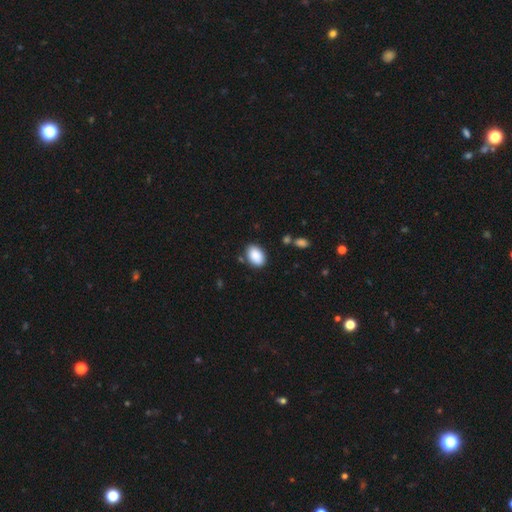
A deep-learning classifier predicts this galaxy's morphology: Overall: smooth (89%). How rounded: in between (86%). Merging: none (83%).